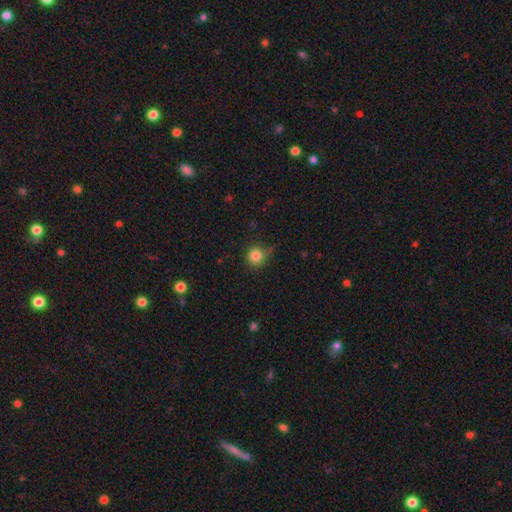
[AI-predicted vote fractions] This appears to be a smooth galaxy with no disk features (82%) that is round (92%). Merging: none (75%).